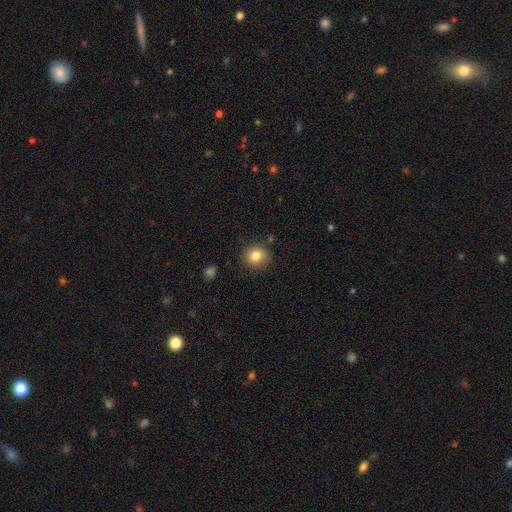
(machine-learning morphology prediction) type=smooth (82%); roundness=round (88%); merging=none (88%).